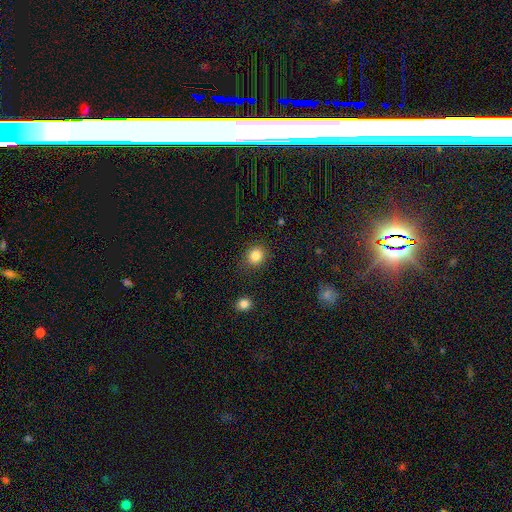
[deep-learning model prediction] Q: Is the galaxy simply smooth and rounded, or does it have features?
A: smooth — 84%.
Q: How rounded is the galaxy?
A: round — 78%.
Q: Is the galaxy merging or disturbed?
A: none — 85%.